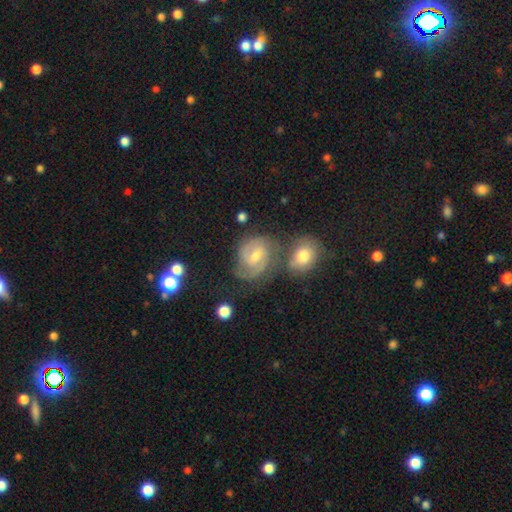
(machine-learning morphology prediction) Smooth or featured? Predicted: featured or disk (p=0.74). Edge-on disk? Predicted: no (p=0.97). Bar? Predicted: weak (p=0.56). Spiral arms? Predicted: yes (p=0.92). Spiral winding? Predicted: tight (p=0.49). Spiral arm count? Predicted: 2 (p=0.61). Bulge size? Predicted: moderate (p=0.52). Merging? Predicted: none (p=0.54).